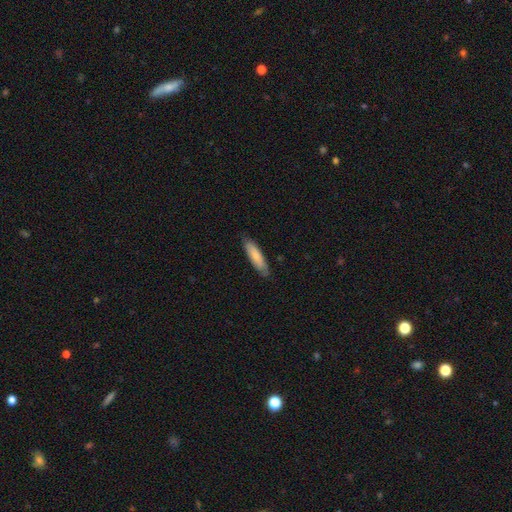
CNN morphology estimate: This appears to be a smooth galaxy with no disk features (78%) that is cigar-shaped (67%). Merging: none (83%).